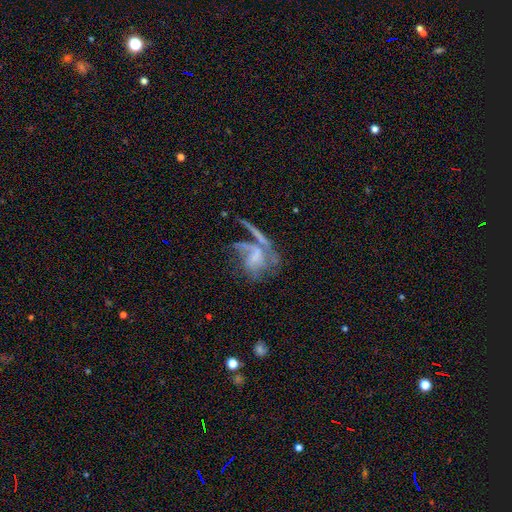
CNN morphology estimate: smooth-or-featured: featured or disk: 61% | smooth: 28% | star or artifact: 11%
  disk-edge-on: no: 93% | yes: 7%
    bar: no: 66% | weak: 25% | strong: 9%
    has-spiral-arms: yes: 55% | no: 45%
    bulge-size: none: 47% | small: 27% | moderate: 19% | large: 5% | dominant: 2%
  merging: major disturbance: 34% | merger: 27% | none: 25% | minor disturbance: 13%